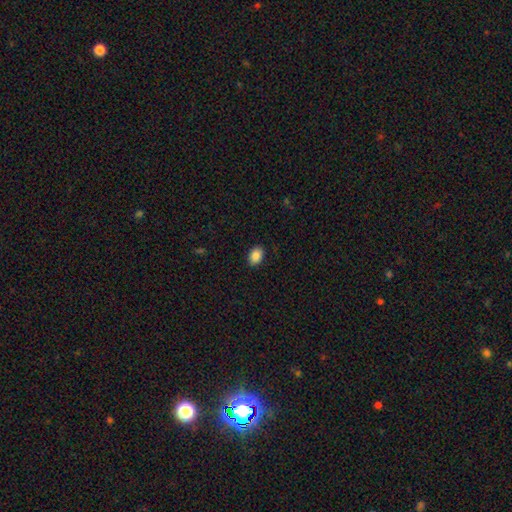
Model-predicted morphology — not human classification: Smooth or featured: smooth — 88% (star or artifact — 8%)
How rounded: in between — 84% (round — 15%)
Merging: none — 89% (minor disturbance — 8%)